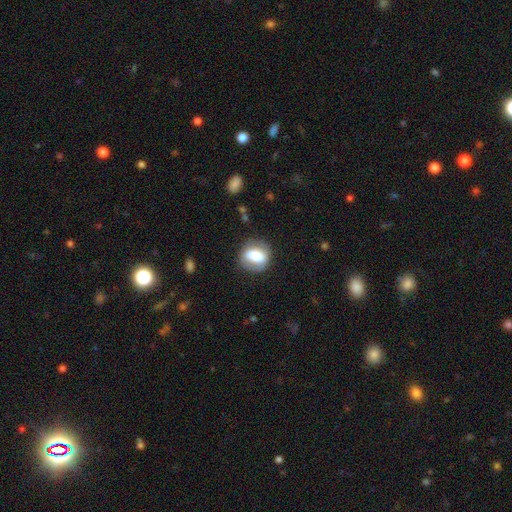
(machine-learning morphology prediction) smooth 66%, featured or disk 27%, star or artifact 8%. Down the decision tree: how rounded — round (58%); merging — none (74%).